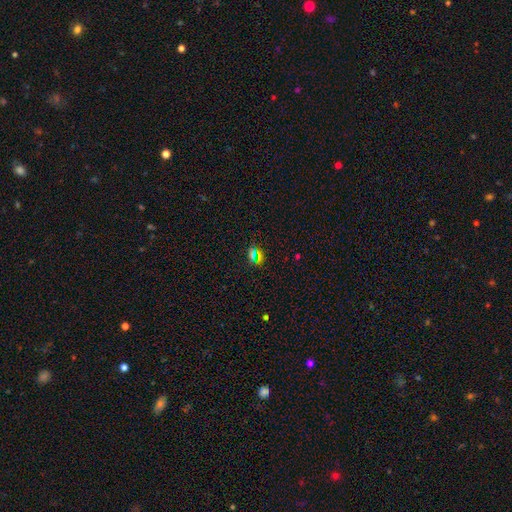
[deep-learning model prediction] This is possibly a smooth galaxy (48%). Merging: likely none (72%).